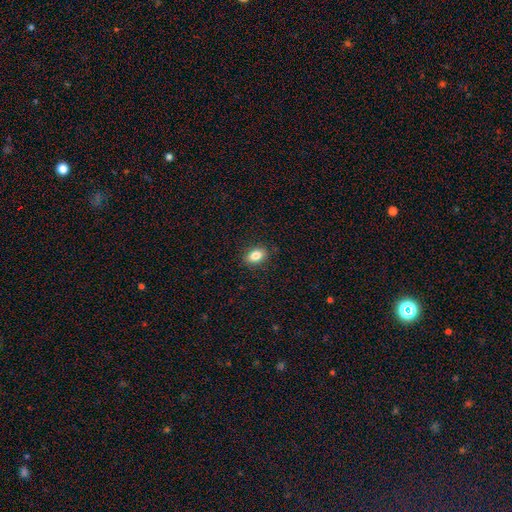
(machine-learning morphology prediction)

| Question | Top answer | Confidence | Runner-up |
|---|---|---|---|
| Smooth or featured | smooth | 84% | star or artifact (8%) |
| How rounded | in between | 85% | round (12%) |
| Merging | none | 88% | minor disturbance (9%) |